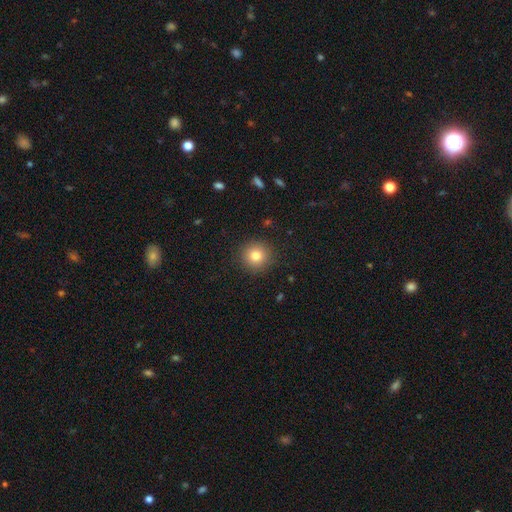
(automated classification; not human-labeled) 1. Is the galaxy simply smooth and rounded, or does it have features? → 80% smooth, 12% star or artifact, 8% featured or disk.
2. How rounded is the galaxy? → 94% round, 5% in between, 1% cigar-shaped.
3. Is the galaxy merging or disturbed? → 91% none, 6% minor disturbance, 2% major disturbance, 1% merger.